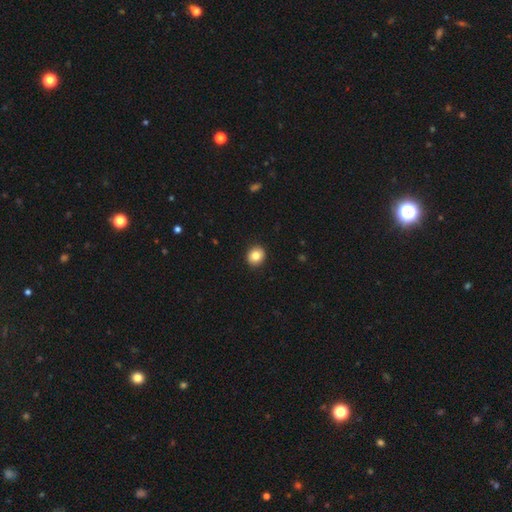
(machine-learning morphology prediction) type=smooth (84%); roundness=round (77%); merging=none (92%).